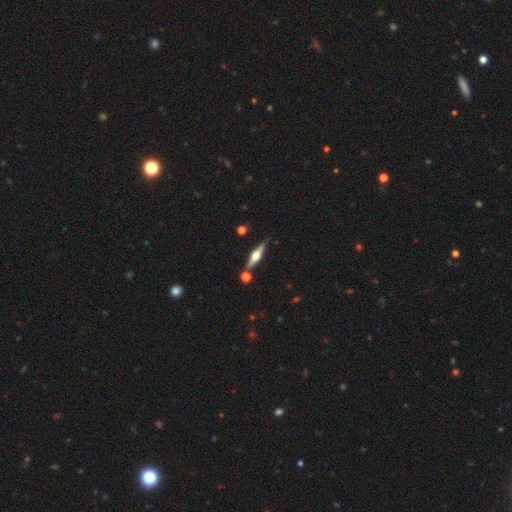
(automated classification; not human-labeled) Smooth or featured? featured or disk (66%)
Edge-on disk? yes (96%)
Edge-on bulge? rounded (93%)
Merging? none (81%)